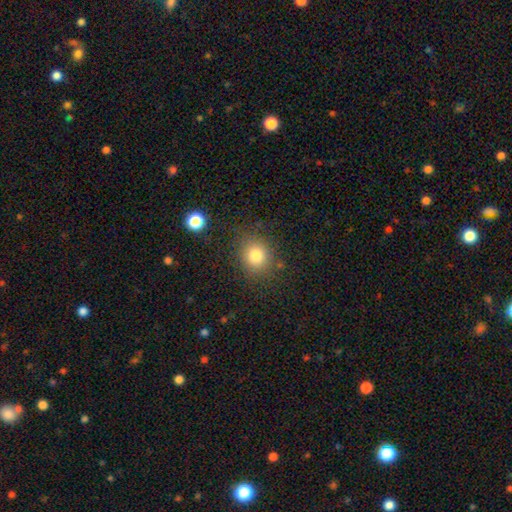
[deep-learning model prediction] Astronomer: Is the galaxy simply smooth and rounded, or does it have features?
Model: smooth — 81%.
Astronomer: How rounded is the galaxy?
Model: round — 79%.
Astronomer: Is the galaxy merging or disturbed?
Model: none — 83%.